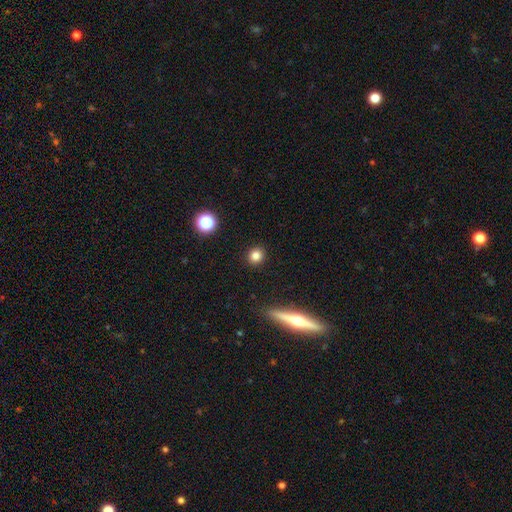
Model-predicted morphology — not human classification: This is clearly a smooth galaxy (82%). How rounded: clearly round (89%). Merging: clearly none (92%).